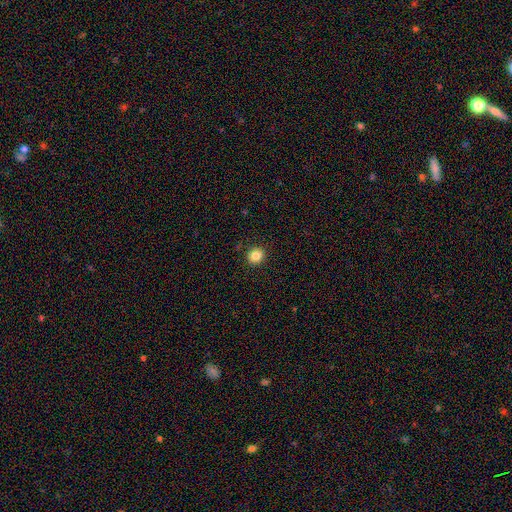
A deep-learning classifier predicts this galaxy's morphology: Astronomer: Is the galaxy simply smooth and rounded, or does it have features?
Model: smooth — 84%.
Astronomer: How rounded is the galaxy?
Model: round — 82%.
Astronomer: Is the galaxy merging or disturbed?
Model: none — 90%.